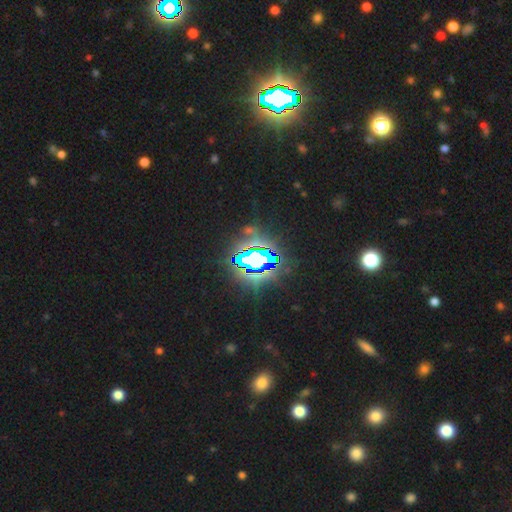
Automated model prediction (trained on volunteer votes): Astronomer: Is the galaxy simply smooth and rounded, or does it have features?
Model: star or artifact — 80%.